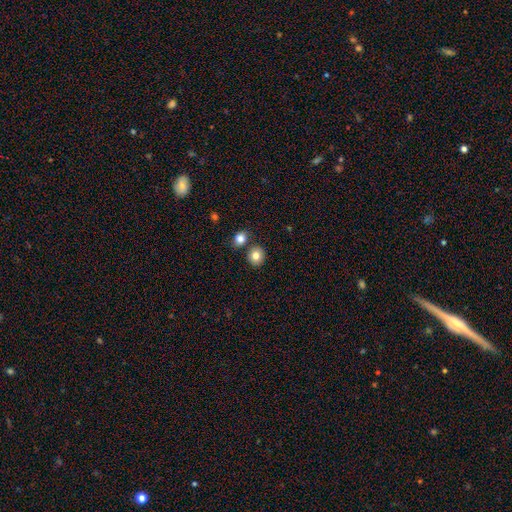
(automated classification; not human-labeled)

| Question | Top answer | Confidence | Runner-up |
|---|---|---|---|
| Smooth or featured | smooth | 82% | star or artifact (10%) |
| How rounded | round | 82% | in between (17%) |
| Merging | none | 77% | merger (13%) |